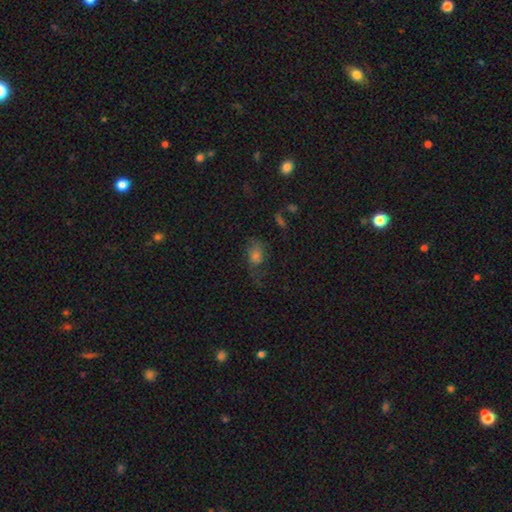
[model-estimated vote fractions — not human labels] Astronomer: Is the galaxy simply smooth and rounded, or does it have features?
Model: smooth — 58%.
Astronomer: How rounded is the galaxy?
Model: in between — 72%.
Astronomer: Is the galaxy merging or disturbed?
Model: none — 47% (runner-up: minor disturbance, 26%).